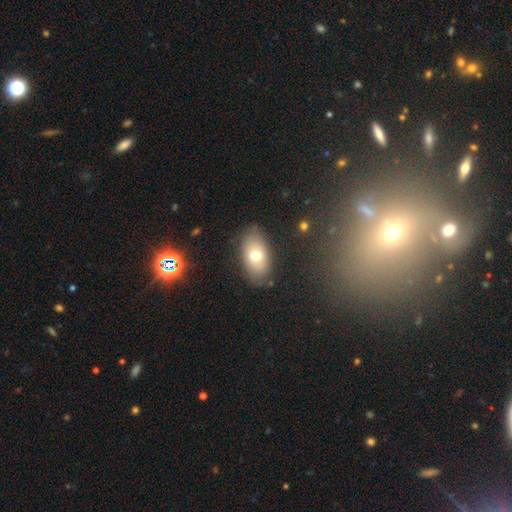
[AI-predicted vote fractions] Smooth or featured: smooth — 69% (featured or disk — 22%)
How rounded: in between — 90% (round — 8%)
Merging: none — 82% (minor disturbance — 12%)